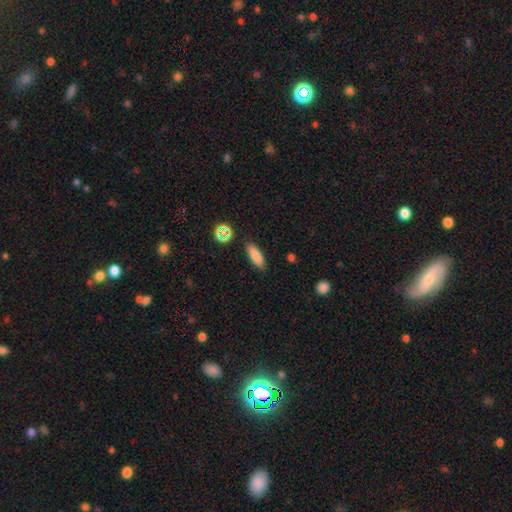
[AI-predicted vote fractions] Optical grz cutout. It shows a smooth galaxy with no disk features (82%) that is in between round and cigar-shaped (56%). Merging: none (87%).